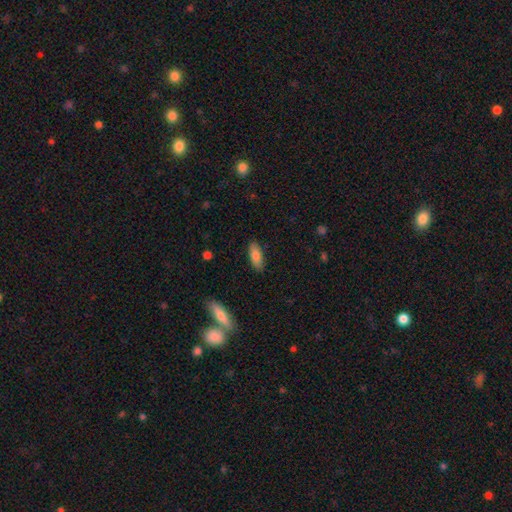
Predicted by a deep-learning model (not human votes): A smooth galaxy with no disk features (80%) that is in between round and cigar-shaped (70%). Merging: none (87%).